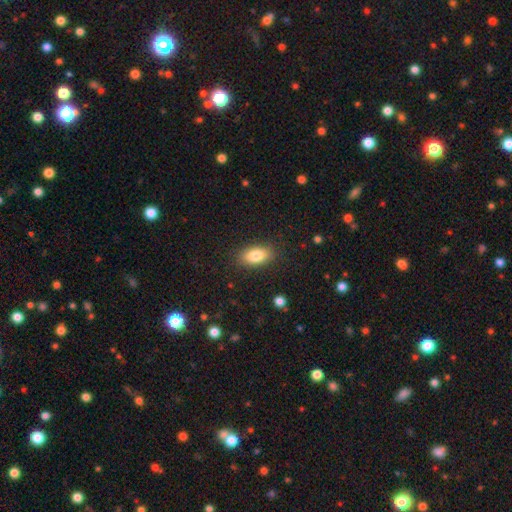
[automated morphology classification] This is clearly a smooth galaxy (83%). How rounded: clearly in between (89%). Merging: clearly none (86%).